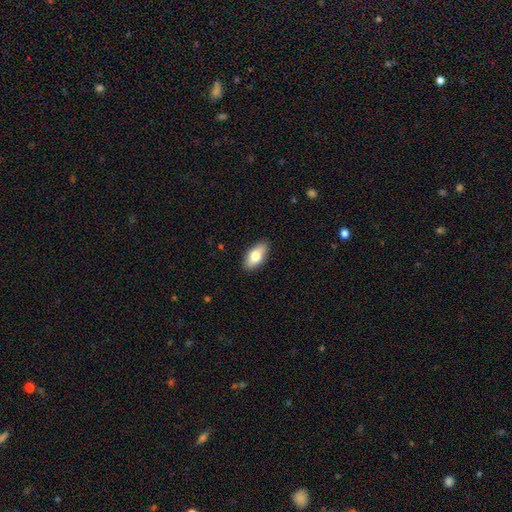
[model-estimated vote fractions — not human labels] Overall: smooth (76%). How rounded: in between (91%). Merging: none (88%).